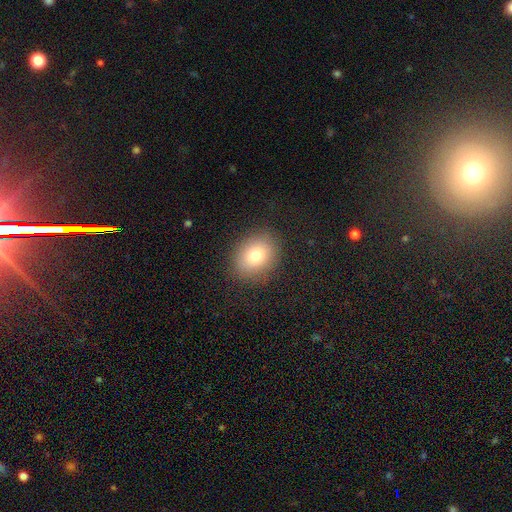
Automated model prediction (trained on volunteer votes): Morphology: type=smooth (79%); roundness=round (52%); merging=none (87%).